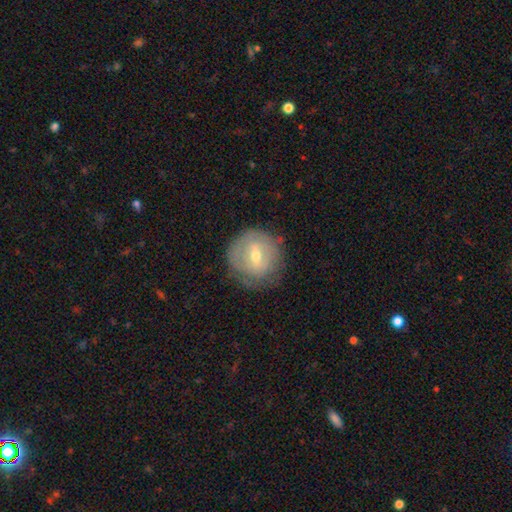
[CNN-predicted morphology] smooth-or-featured: featured or disk: 56% | smooth: 37% | star or artifact: 7%
  disk-edge-on: no: 95% | yes: 5%
    bar: weak: 58% | no: 23% | strong: 19%
    has-spiral-arms: yes: 54% | no: 46%
    bulge-size: moderate: 57% | small: 38% | large: 2% | none: 1% | dominant: 1%
  merging: none: 72% | minor disturbance: 19% | major disturbance: 8% | merger: 1%